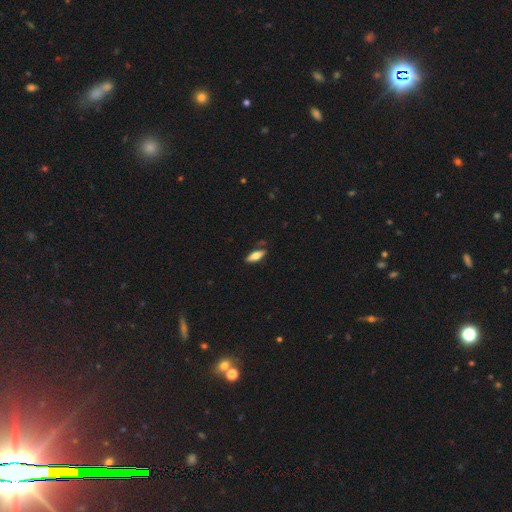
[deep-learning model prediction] Smooth or featured: smooth — 62% (featured or disk — 32%)
How rounded: in between — 65% (cigar-shaped — 32%)
Merging: none — 82% (minor disturbance — 13%)